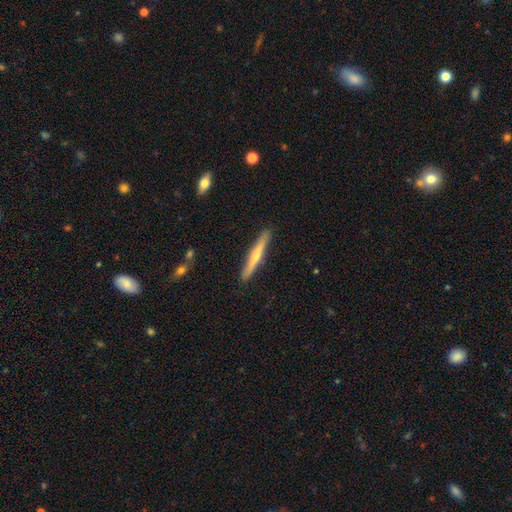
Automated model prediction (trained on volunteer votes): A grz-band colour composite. It shows a smooth galaxy with no disk features (51%) that is cigar-shaped (95%). Merging: none (89%).